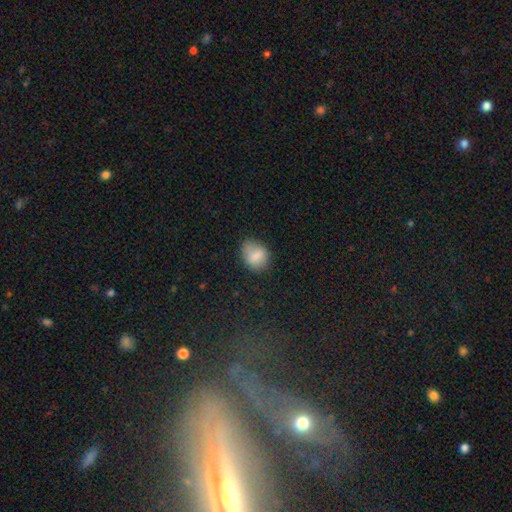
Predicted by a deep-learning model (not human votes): This is clearly a smooth galaxy (80%). How rounded: possibly in between (60%). Merging: likely none (64%).